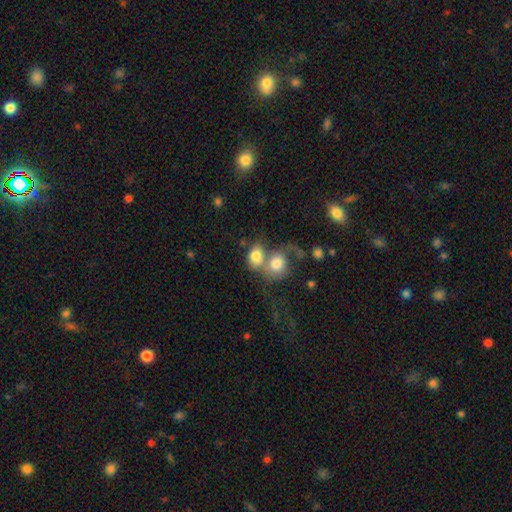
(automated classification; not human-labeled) Overall: smooth (75%). How rounded: in between (58%; round 40%). Merging: merger (65%).